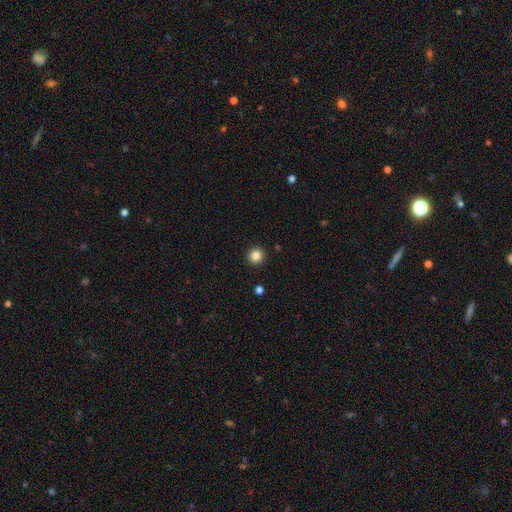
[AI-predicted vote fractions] Smooth or featured? smooth (85%)
How rounded? round (95%)
Merging? none (93%)